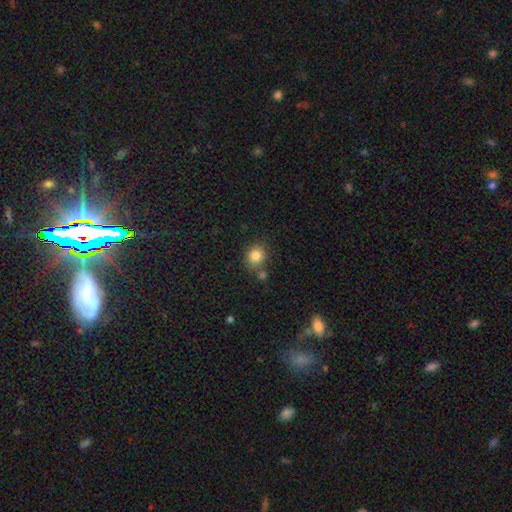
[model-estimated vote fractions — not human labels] smooth 83%, star or artifact 11%, featured or disk 6%. Down the decision tree: how rounded — round (80%); merging — none (71%).